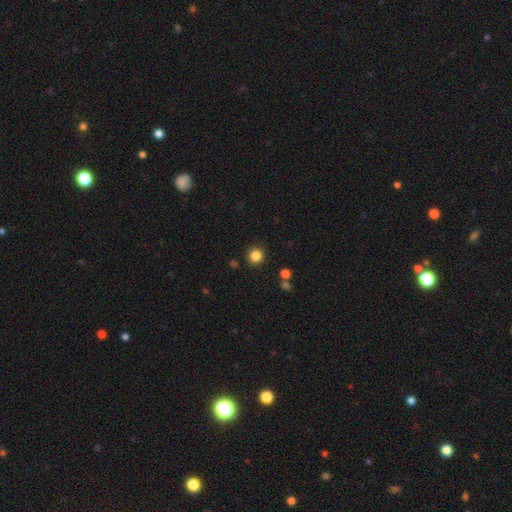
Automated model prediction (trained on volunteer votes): Morphology: type=smooth (84%); roundness=round (91%); merging=none (90%).